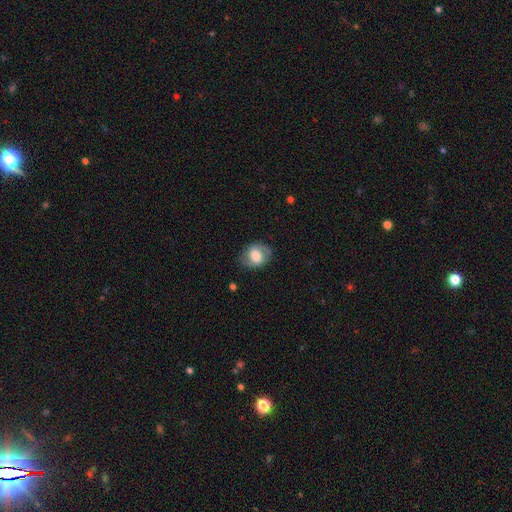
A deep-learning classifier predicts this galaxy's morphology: A smooth galaxy with no disk features (57%) that is in between round and cigar-shaped (52%). Merging: none (75%).